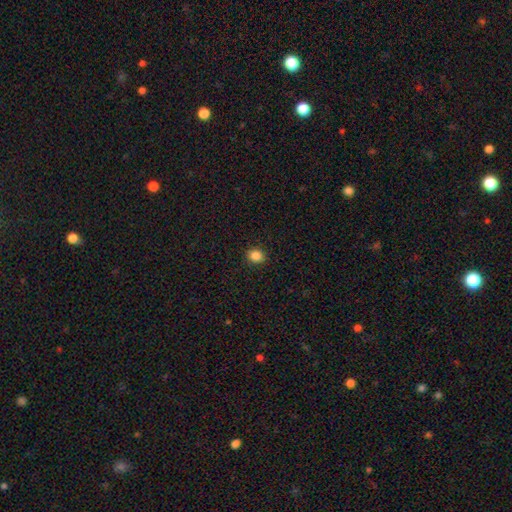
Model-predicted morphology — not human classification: type=smooth (85%); roundness=round (66%); merging=none (91%).